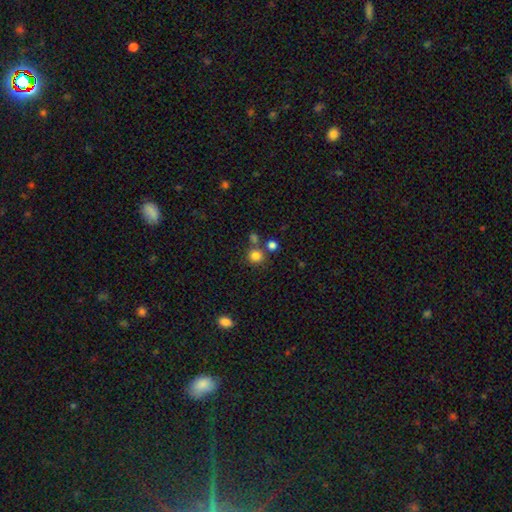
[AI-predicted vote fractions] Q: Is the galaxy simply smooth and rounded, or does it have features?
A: smooth — 80%.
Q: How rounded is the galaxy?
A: round — 91%.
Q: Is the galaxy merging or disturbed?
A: none — 70%.